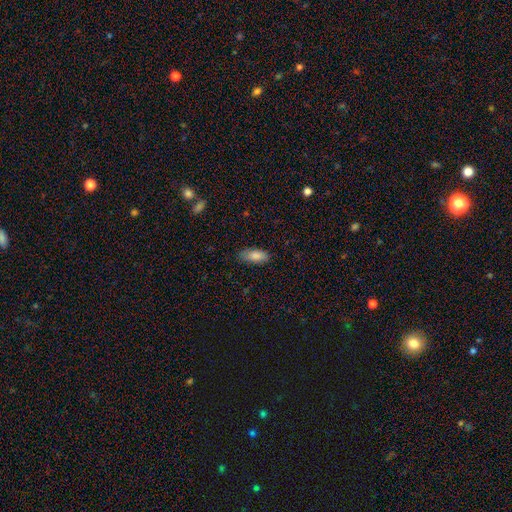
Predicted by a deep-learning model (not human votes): Morphology: type=smooth (85%); roundness=in between (84%); merging=none (80%).